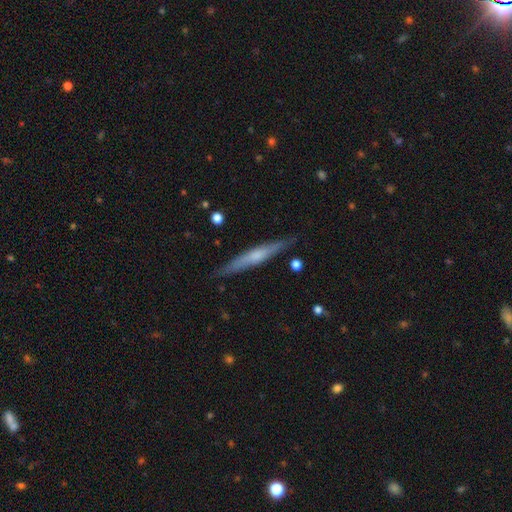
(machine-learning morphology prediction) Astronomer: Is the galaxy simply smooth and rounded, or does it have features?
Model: featured or disk — 54% (runner-up: smooth, 40%).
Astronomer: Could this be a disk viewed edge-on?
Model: yes — 95%.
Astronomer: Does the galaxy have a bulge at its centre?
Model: rounded — 54% (runner-up: none, 34%).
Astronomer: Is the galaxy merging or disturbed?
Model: none — 87%.